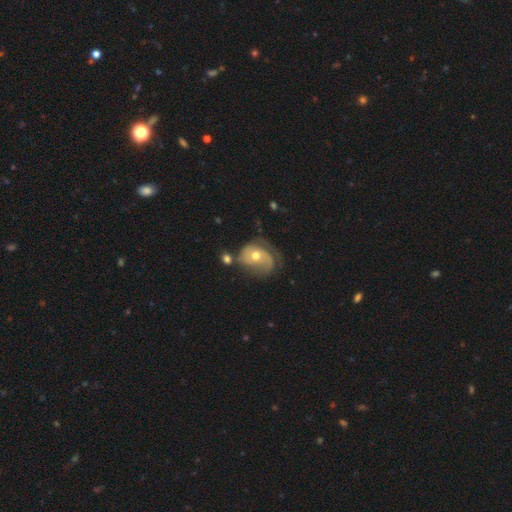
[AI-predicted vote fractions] smooth_or_featured: featured or disk (p=0.66) [alt: smooth p=0.27]
disk_edge_on: no (p=0.97) [alt: yes p=0.03]
bar: no (p=0.74) [alt: weak p=0.21]
has_spiral_arms: yes (p=0.83) [alt: no p=0.17]
spiral_winding: medium (p=0.38) [alt: tight p=0.32]
spiral_arm_count: 1 (p=0.39) [tied with: 2 p=0.39]
bulge_size: moderate (p=0.73) [alt: small p=0.20]
merging: none (p=0.38) [alt: minor disturbance p=0.27]